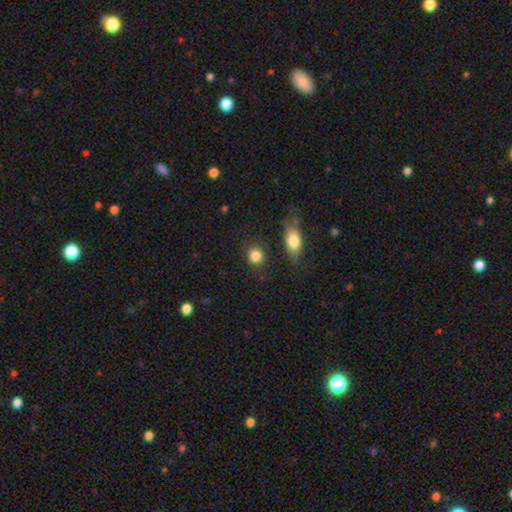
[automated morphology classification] Smooth or featured: smooth — 86% (star or artifact — 9%)
How rounded: round — 84% (in between — 15%)
Merging: none — 83% (minor disturbance — 9%)